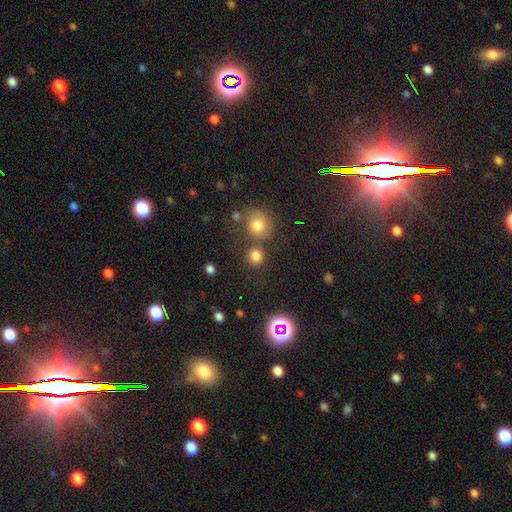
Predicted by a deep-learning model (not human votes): Morphology: type=smooth (79%); roundness=round (85%); merging=none (74%).